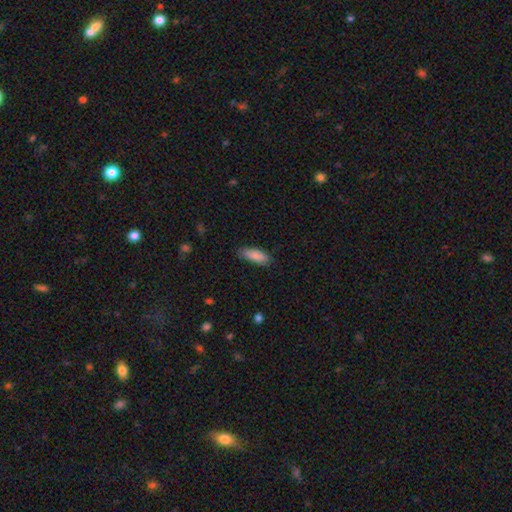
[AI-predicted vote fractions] This is clearly a smooth galaxy (88%). How rounded: likely in between (71%). Merging: clearly none (80%).